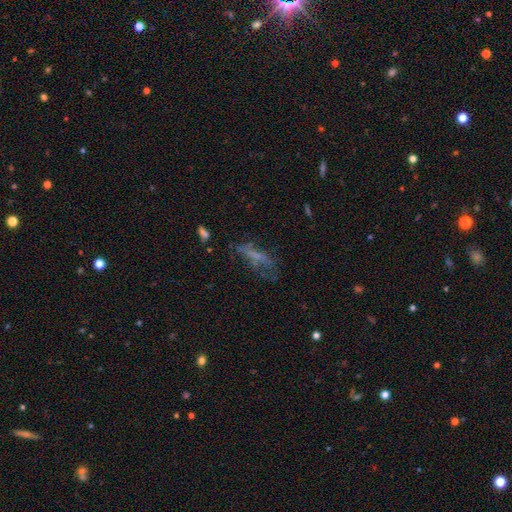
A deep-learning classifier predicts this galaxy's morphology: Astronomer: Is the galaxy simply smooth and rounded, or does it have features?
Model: smooth — 41% (runner-up: featured or disk, 39%).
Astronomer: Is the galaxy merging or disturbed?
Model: none — 42% (runner-up: major disturbance, 30%).